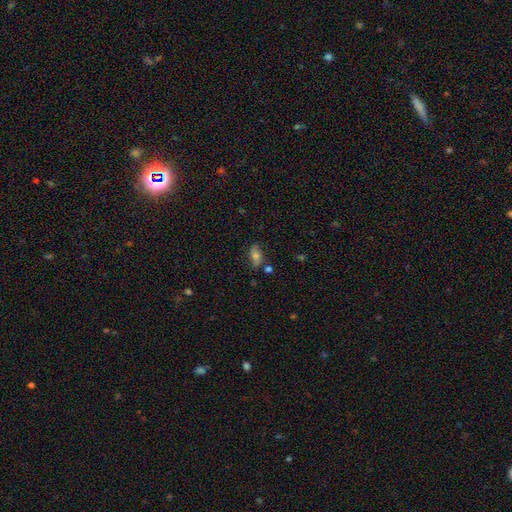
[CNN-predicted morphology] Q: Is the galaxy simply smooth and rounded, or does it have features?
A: smooth — 54%.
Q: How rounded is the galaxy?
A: in between — 84%.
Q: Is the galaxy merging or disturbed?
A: none — 65%.